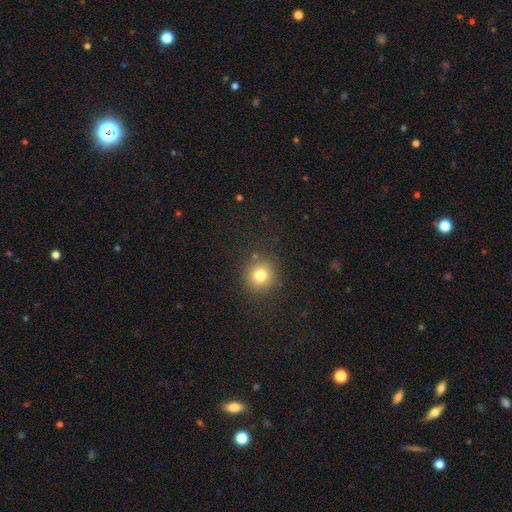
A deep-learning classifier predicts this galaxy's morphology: This appears to be a smooth galaxy with no disk features (68%) that is round (92%). Merging: none (90%).